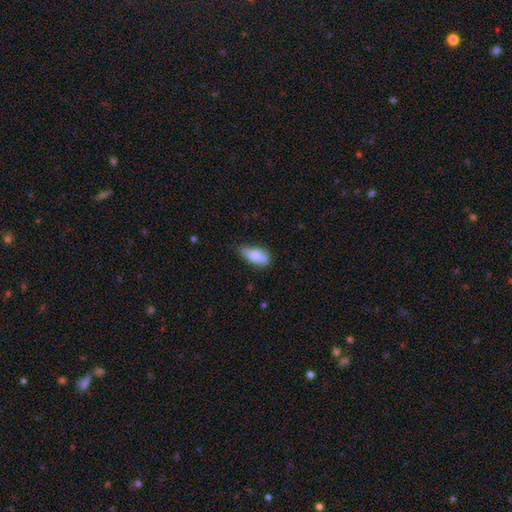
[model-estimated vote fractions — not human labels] smooth_or_featured: smooth (p=0.69) [alt: featured or disk p=0.23]
how_rounded: in between (p=0.82) [alt: cigar-shaped p=0.13]
merging: none (p=0.35) [alt: minor disturbance p=0.31]